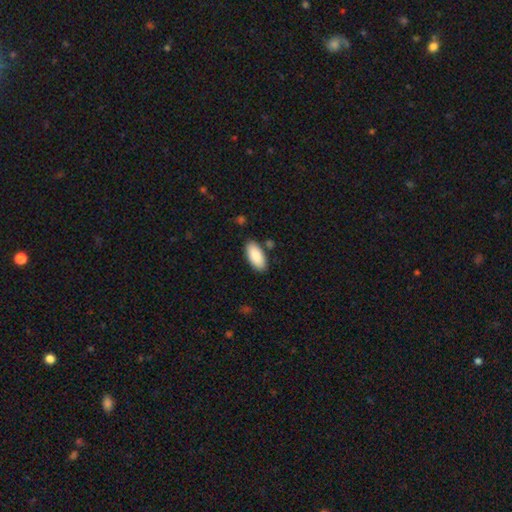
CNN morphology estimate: Smooth or featured?
  - smooth: 89% *
  - star or artifact: 6%
  - featured or disk: 6%
How rounded?
  - in between: 91% *
  - cigar-shaped: 7%
  - round: 2%
Merging?
  - none: 84% *
  - minor disturbance: 10%
  - merger: 4%
  - major disturbance: 2%